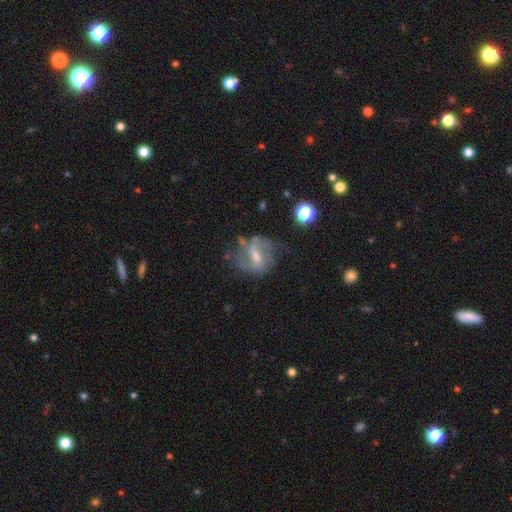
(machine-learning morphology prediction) The model was most divided on "spiral winding": loose: 43%, medium: 42%, tight: 16%. Remaining: edge-on disk — no (95%); spiral arms — yes (84%); smooth or featured — featured or disk (75%); spiral arm count — 2 (74%); merging — none (55%); bar — weak (48%); bulge size — moderate (44%).